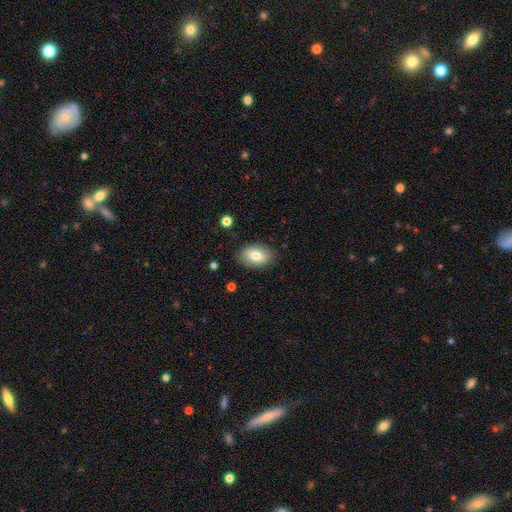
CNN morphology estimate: smooth 75%, featured or disk 18%, star or artifact 7%. Down the decision tree: how rounded — in between (88%); merging — none (85%).